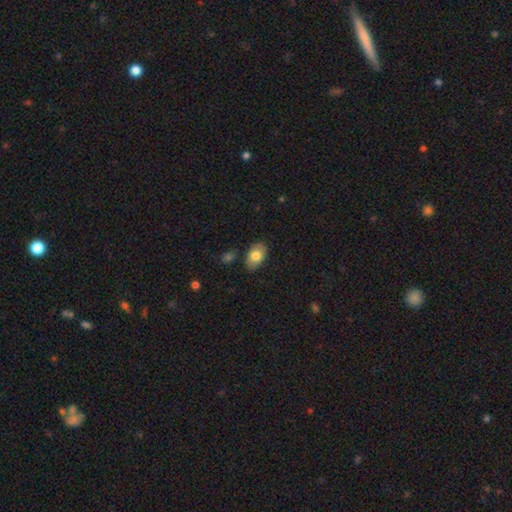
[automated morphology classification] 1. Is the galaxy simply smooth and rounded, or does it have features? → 77% smooth, 16% featured or disk, 7% star or artifact.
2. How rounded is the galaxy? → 90% in between, 8% round, 1% cigar-shaped.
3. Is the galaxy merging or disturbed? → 82% none, 13% minor disturbance, 3% major disturbance, 3% merger.